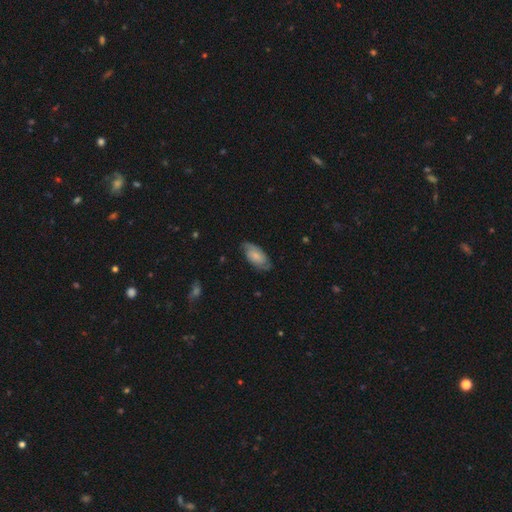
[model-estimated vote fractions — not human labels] Q: Smooth or featured?
A: featured or disk (50%); runner-up: smooth (43%)
Q: Edge-on disk?
A: no (92%); runner-up: yes (8%)
Q: Merging?
A: none (75%); runner-up: minor disturbance (19%)